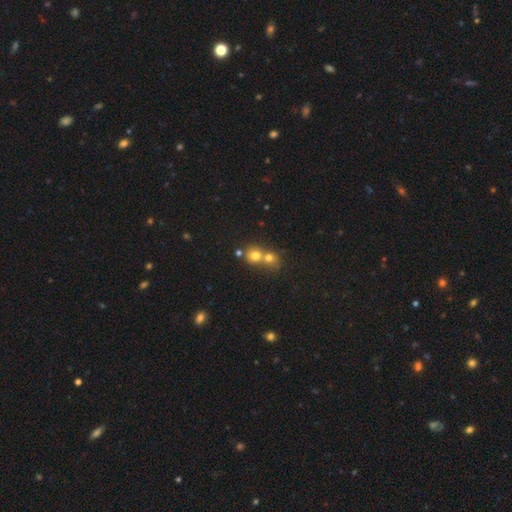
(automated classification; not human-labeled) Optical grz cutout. It shows a smooth galaxy with no disk features (74%) that is round (83%). Merging: merger (55%).